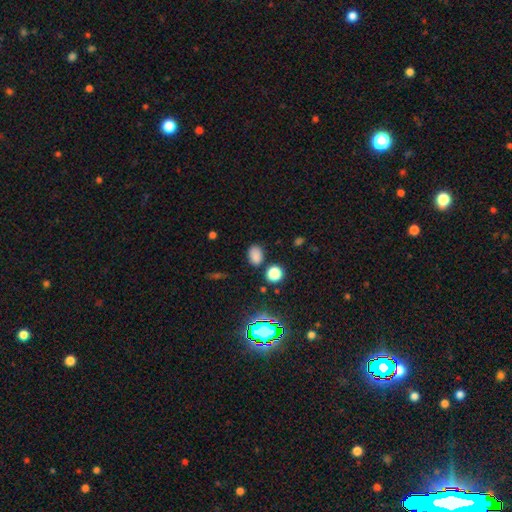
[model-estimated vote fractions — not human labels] smooth-or-featured: smooth: 79% | star or artifact: 16% | featured or disk: 5%
  how-rounded: in between: 76% | round: 23% | cigar-shaped: 1%
  merging: none: 80% | minor disturbance: 12% | merger: 5% | major disturbance: 3%